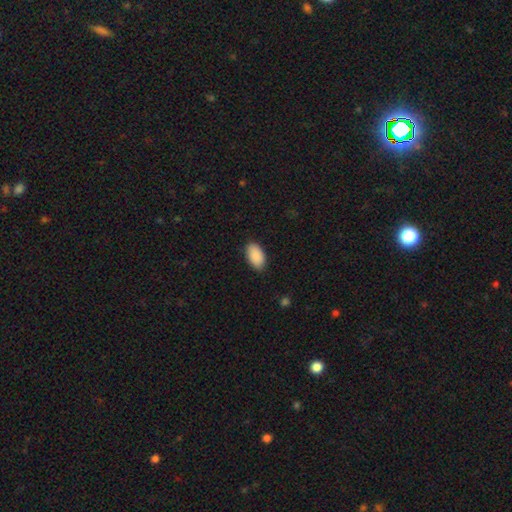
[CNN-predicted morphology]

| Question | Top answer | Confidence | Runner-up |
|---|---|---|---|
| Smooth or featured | smooth | 91% | star or artifact (6%) |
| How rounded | in between | 95% | round (3%) |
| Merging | none | 87% | minor disturbance (10%) |